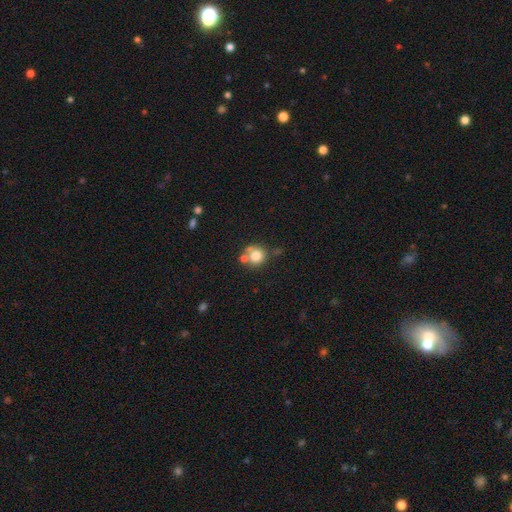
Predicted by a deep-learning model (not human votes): This is likely a smooth galaxy (77%). How rounded: clearly round (87%). Merging: possibly none (51%).